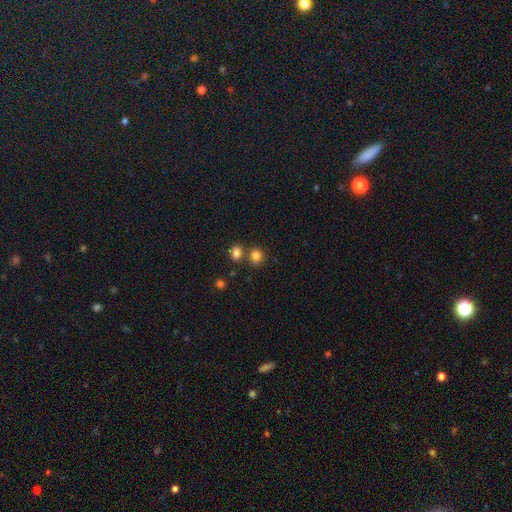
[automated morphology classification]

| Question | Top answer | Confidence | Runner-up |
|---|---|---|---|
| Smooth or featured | smooth | 82% | star or artifact (13%) |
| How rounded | round | 79% | in between (20%) |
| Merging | none | 67% | merger (22%) |